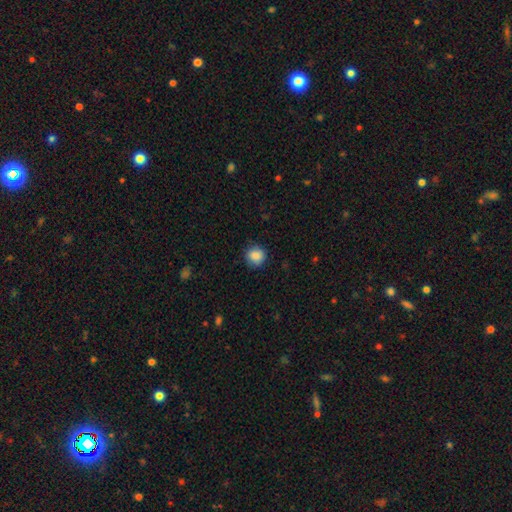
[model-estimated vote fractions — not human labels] Q: Smooth or featured?
A: smooth (87%); runner-up: star or artifact (9%)
Q: How rounded?
A: round (88%); runner-up: in between (11%)
Q: Merging?
A: none (85%); runner-up: minor disturbance (11%)